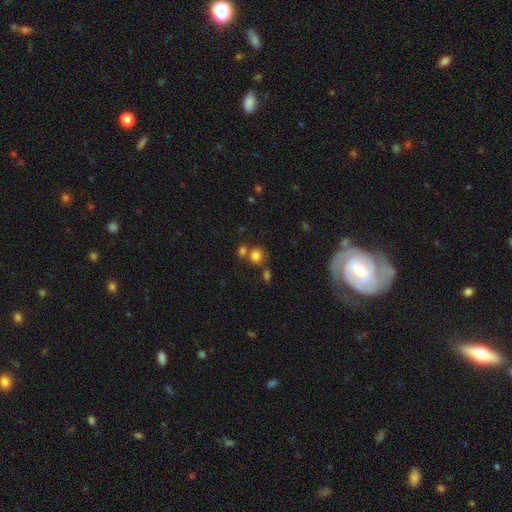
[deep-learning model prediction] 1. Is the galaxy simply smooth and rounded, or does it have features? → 79% smooth, 13% star or artifact, 8% featured or disk.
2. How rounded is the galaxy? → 77% round, 22% in between, 1% cigar-shaped.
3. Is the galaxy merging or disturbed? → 58% none, 26% merger, 11% minor disturbance, 5% major disturbance.